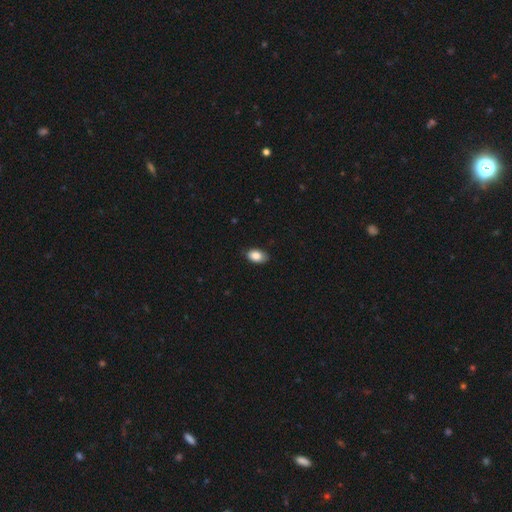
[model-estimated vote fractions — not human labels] This is clearly a smooth galaxy (86%). How rounded: clearly in between (90%). Merging: clearly none (83%).